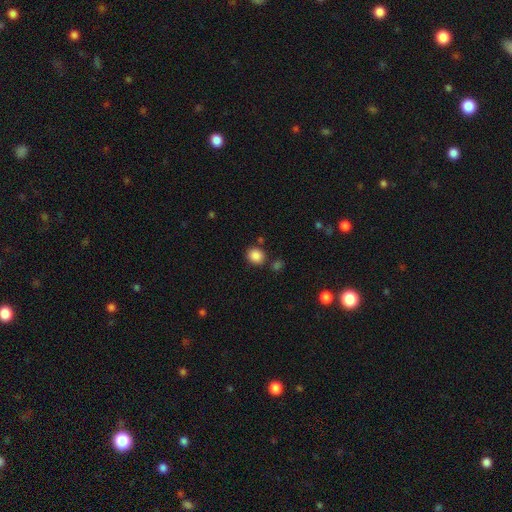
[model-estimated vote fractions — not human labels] smooth-or-featured: smooth: 87% | star or artifact: 10% | featured or disk: 4%
  how-rounded: round: 71% | in between: 28% | cigar-shaped: 1%
  merging: none: 80% | minor disturbance: 10% | merger: 7% | major disturbance: 3%